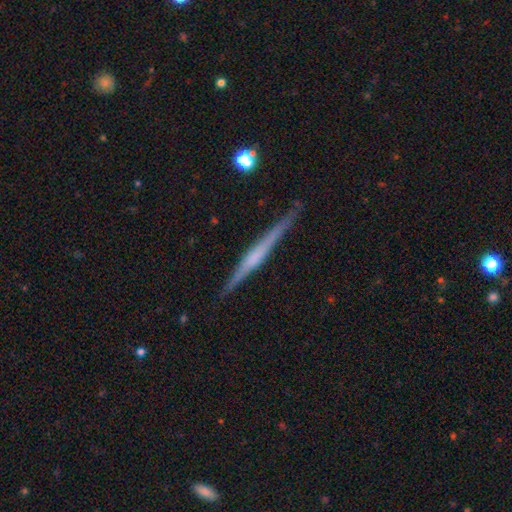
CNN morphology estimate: A featured or disk galaxy (73%) viewed edge-on (98%) with a rounded central bulge (41%).

Vote fractions:
- Smooth or featured? featured or disk: 73% / smooth: 21% / star or artifact: 6%
- Edge-on disk? yes: 98% / no: 2%
- Edge-on bulge? rounded: 41% / none: 39% / boxy: 20%
- Merging? none: 90% / minor disturbance: 7% / major disturbance: 1% / merger: 1%